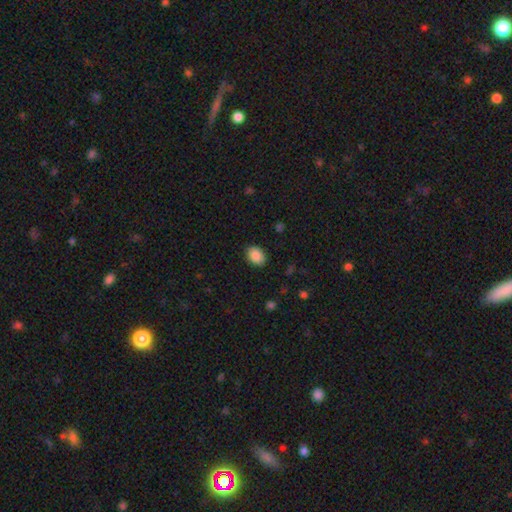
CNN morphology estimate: This appears to be a smooth galaxy with no disk features (89%) that is in between round and cigar-shaped (73%). Merging: none (88%).